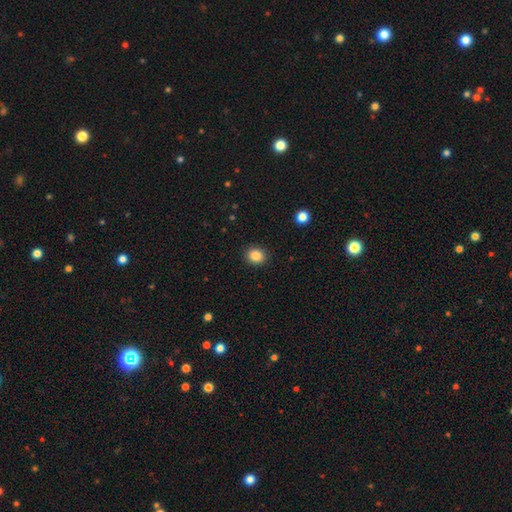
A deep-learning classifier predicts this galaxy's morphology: smooth-or-featured: smooth: 85% | star or artifact: 10% | featured or disk: 4%
  how-rounded: round: 76% | in between: 23% | cigar-shaped: 1%
  merging: none: 91% | minor disturbance: 6% | major disturbance: 2% | merger: 1%